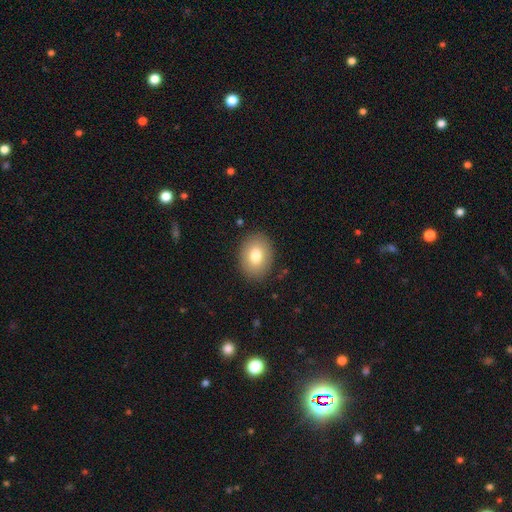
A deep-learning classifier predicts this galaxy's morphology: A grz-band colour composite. It shows a smooth galaxy with no disk features (79%) that is in between round and cigar-shaped (64%). Merging: none (87%).